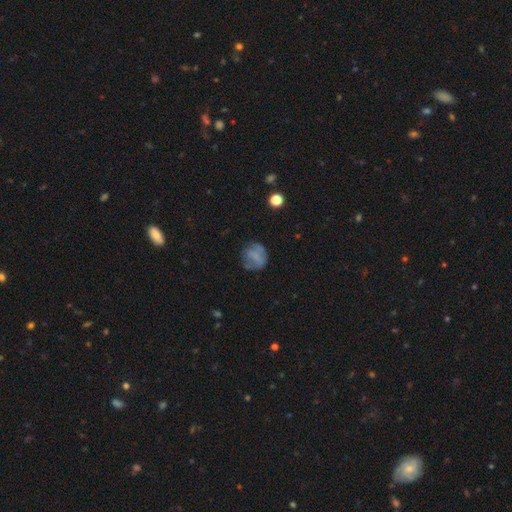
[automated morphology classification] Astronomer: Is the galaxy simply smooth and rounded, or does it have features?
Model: smooth — 60%.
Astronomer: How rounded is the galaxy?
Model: round — 79%.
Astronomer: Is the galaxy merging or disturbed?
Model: none — 62%.